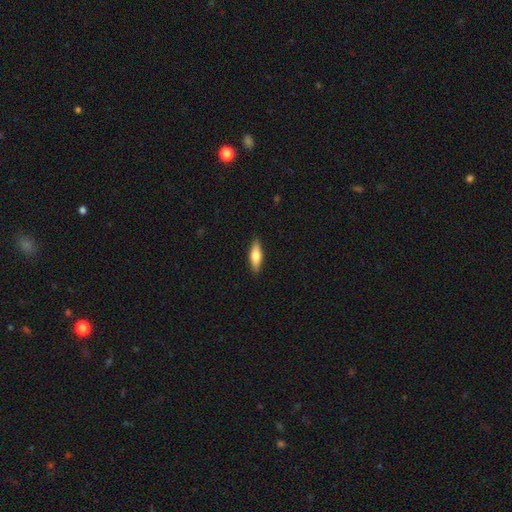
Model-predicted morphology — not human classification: smooth_or_featured: smooth (p=0.65) [alt: featured or disk p=0.29]
how_rounded: cigar-shaped (p=0.50) [alt: in between p=0.47]
merging: none (p=0.89) [alt: minor disturbance p=0.08]